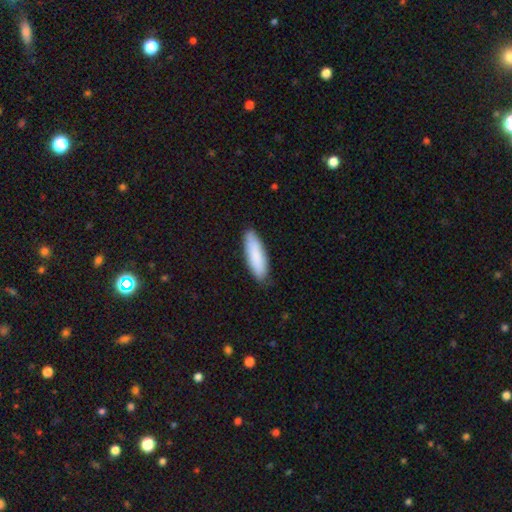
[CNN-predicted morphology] Smooth or featured? Predicted: smooth (p=0.87). How rounded? Predicted: cigar-shaped (p=0.56). Merging? Predicted: none (p=0.86).